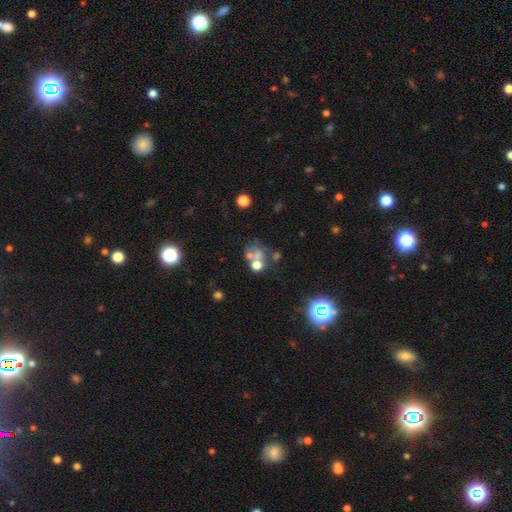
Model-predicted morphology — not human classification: Overall: smooth (50%; featured or disk 27%). Merging: merger (43%; none 34%).